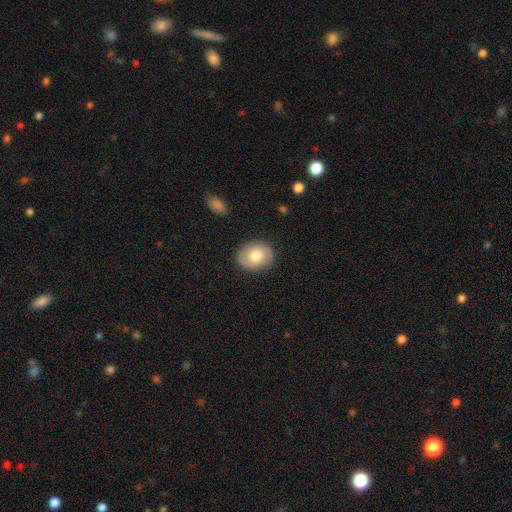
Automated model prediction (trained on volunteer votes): Q: Smooth or featured?
A: smooth (65%); runner-up: featured or disk (28%)
Q: How rounded?
A: round (50%); runner-up: in between (49%)
Q: Merging?
A: none (85%); runner-up: minor disturbance (11%)